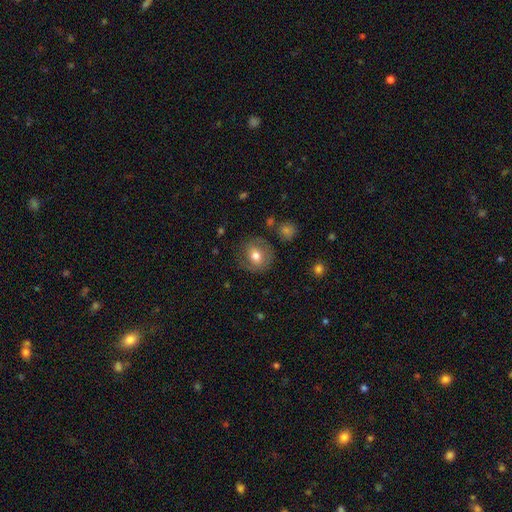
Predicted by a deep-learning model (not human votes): A smooth galaxy with no disk features (67%) that is round (79%).

Vote fractions:
- Smooth or featured? smooth: 67% / featured or disk: 24% / star or artifact: 9%
- How rounded? round: 79% / in between: 20% / cigar-shaped: 1%
- Merging? none: 75% / minor disturbance: 16% / major disturbance: 7% / merger: 2%